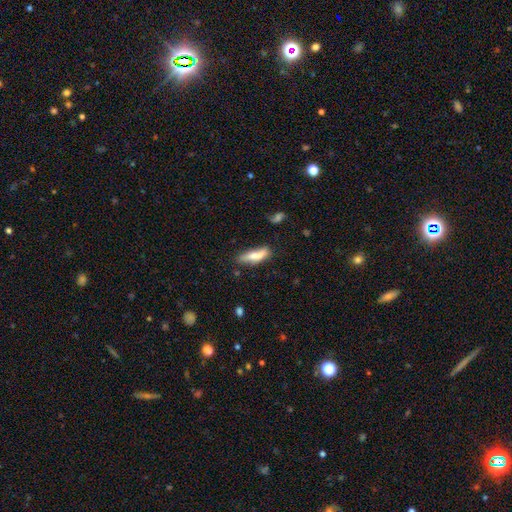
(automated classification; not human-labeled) A smooth galaxy with no disk features (74%) that is cigar-shaped (59%). Merging: none (63%).